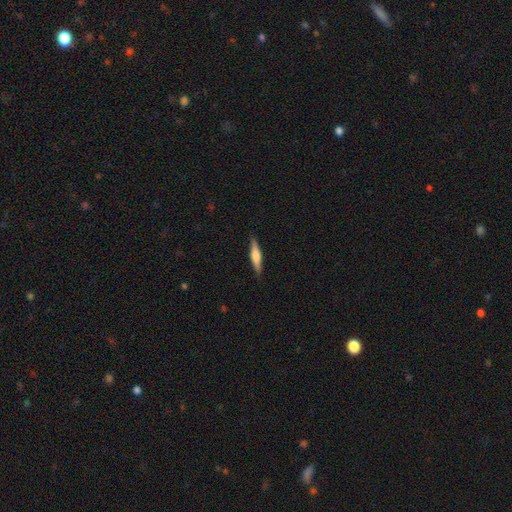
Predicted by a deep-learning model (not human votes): smooth 49%, featured or disk 45%, star or artifact 6%. Down the decision tree: merging — none (89%).